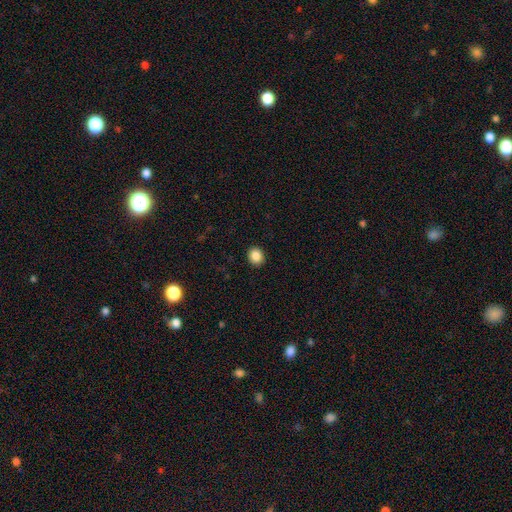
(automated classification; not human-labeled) Smooth or featured? smooth (87%)
How rounded? round (73%)
Merging? none (92%)